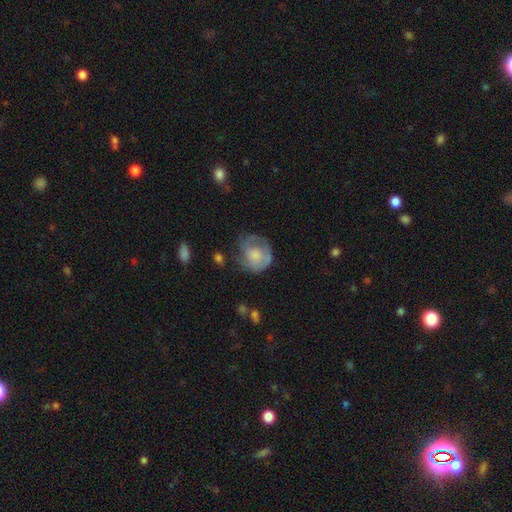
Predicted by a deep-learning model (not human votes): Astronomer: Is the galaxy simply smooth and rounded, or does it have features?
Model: smooth — 52% (runner-up: featured or disk, 41%).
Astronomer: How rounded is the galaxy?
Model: round — 79%.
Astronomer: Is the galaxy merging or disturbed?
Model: none — 52%.